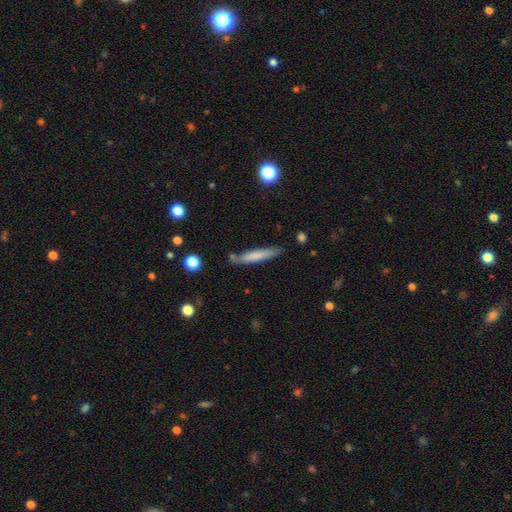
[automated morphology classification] smooth-or-featured: smooth: 70% | featured or disk: 24% | star or artifact: 6%
  how-rounded: cigar-shaped: 92% | in between: 6% | round: 1%
  merging: none: 80% | minor disturbance: 13% | merger: 4% | major disturbance: 3%